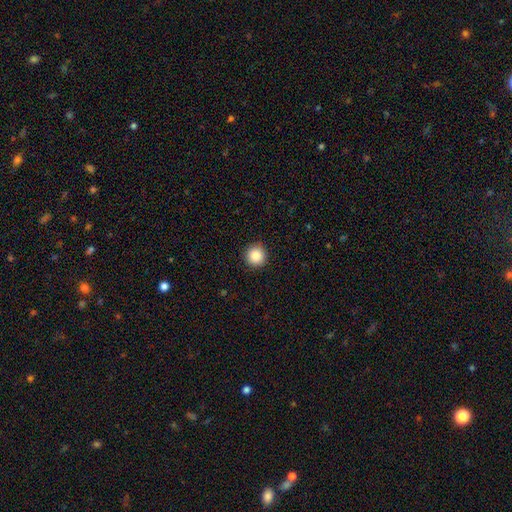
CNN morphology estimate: This is clearly a smooth galaxy (88%). How rounded: clearly round (96%). Merging: clearly none (93%).